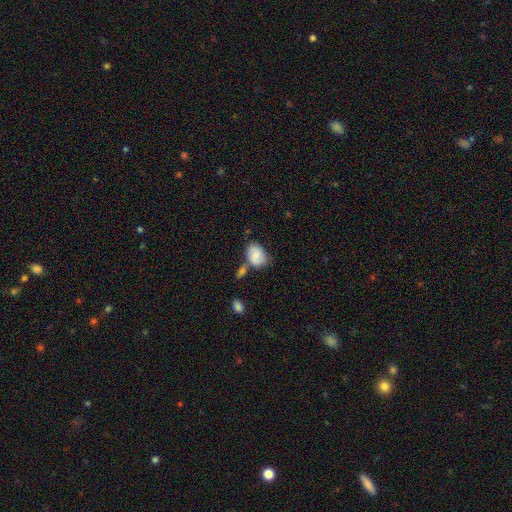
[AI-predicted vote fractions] Overall: smooth (78%). How rounded: in between (76%). Merging: none (44%; merger 26%).